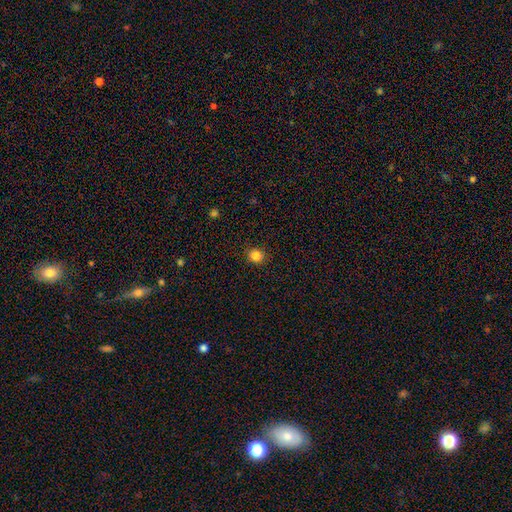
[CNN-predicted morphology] smooth 84%, star or artifact 11%, featured or disk 4%. Down the decision tree: how rounded — round (72%); merging — none (90%).